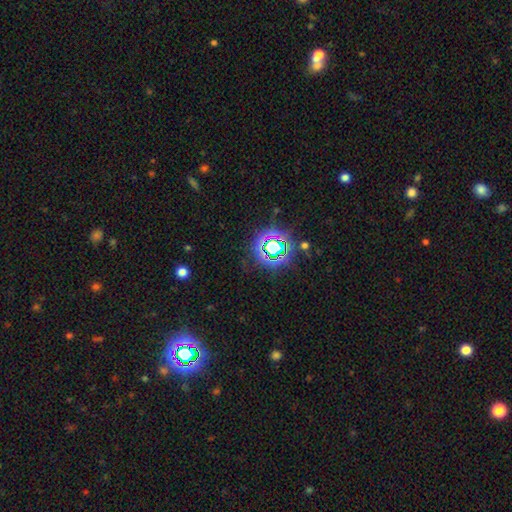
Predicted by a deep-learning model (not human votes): Overall: star or artifact (79%).